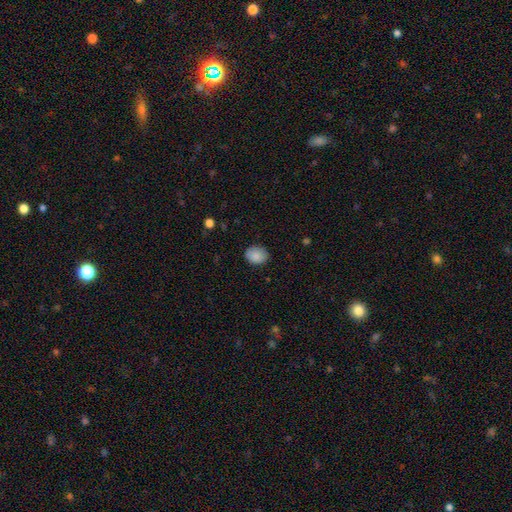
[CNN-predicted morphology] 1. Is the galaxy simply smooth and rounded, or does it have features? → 88% smooth, 8% star or artifact, 4% featured or disk.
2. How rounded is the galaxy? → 54% round, 45% in between, 1% cigar-shaped.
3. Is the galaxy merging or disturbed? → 84% none, 13% minor disturbance, 3% major disturbance, 1% merger.